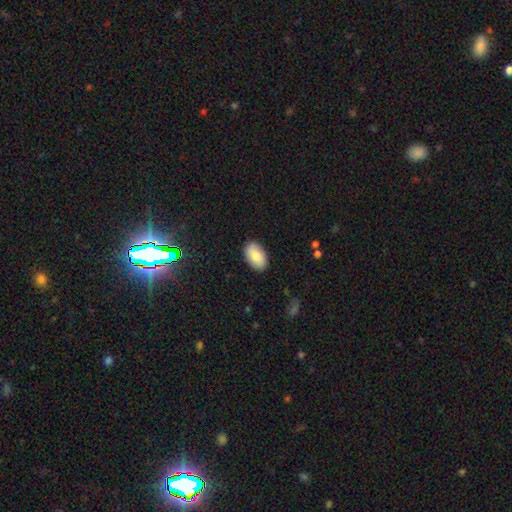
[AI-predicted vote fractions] Q: Smooth or featured?
A: smooth (82%); runner-up: featured or disk (11%)
Q: How rounded?
A: in between (93%); runner-up: round (5%)
Q: Merging?
A: none (87%); runner-up: minor disturbance (9%)